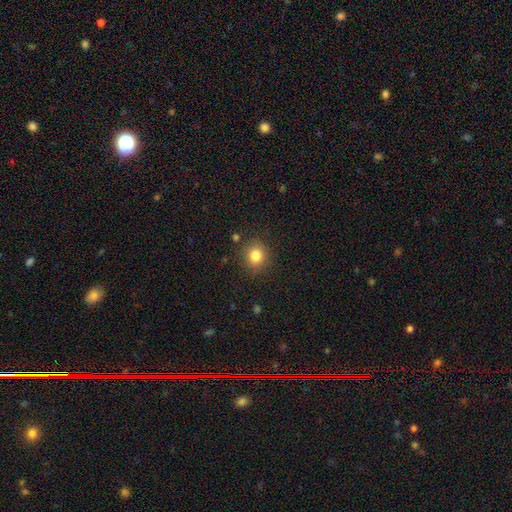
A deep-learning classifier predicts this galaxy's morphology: Smooth or featured? Predicted: smooth (p=0.82). How rounded? Predicted: round (p=0.85). Merging? Predicted: none (p=0.87).